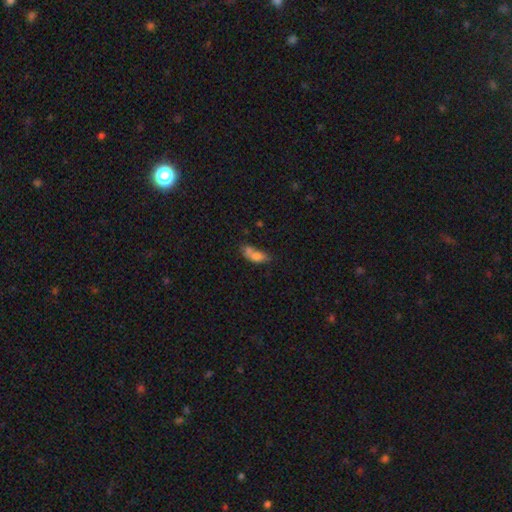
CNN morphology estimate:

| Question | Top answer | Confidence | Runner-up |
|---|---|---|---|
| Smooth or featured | smooth | 72% | featured or disk (18%) |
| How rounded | in between | 78% | cigar-shaped (16%) |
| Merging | merger | 35% | none (30%) |